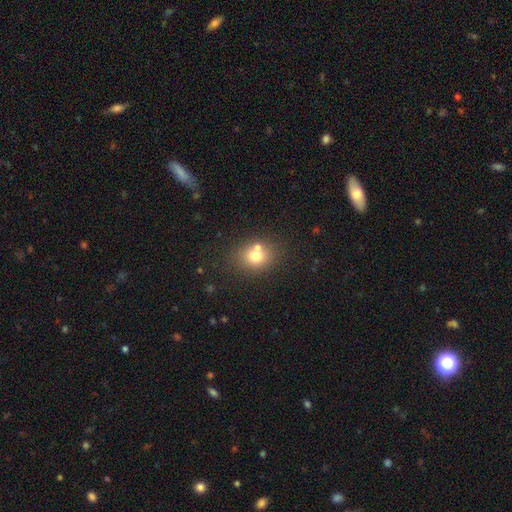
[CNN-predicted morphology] This appears to be a smooth galaxy with no disk features (72%) that is round (66%). Merging: none (61%).